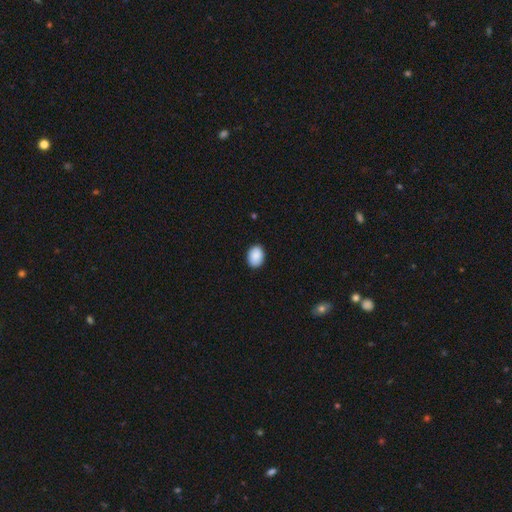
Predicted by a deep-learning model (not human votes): Overall: smooth (90%). How rounded: in between (75%). Merging: none (90%).